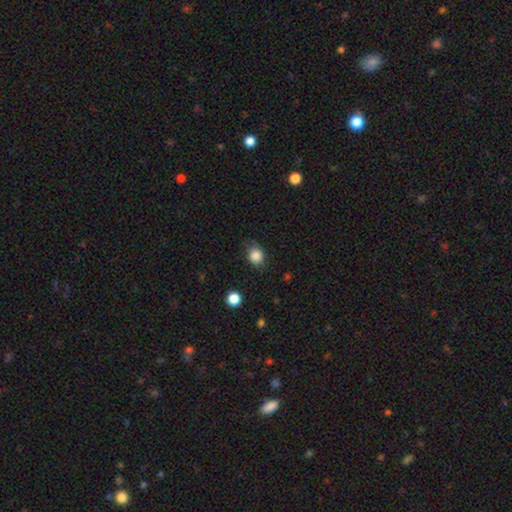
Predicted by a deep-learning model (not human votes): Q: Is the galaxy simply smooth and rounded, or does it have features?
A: smooth — 85%.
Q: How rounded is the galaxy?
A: round — 64%.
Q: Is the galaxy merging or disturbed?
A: none — 71%.